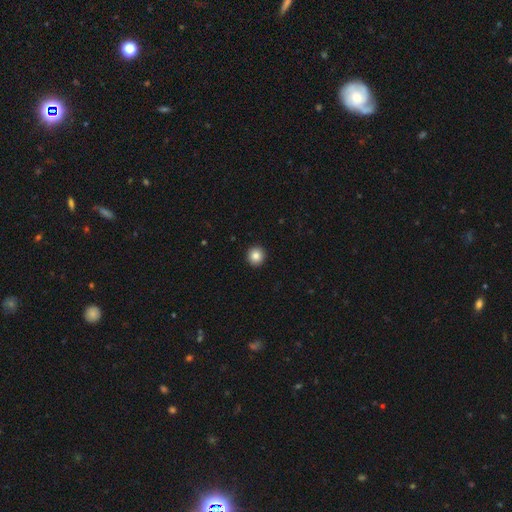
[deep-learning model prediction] smooth-or-featured: smooth: 85% | star or artifact: 10% | featured or disk: 5%
  how-rounded: round: 94% | in between: 5% | cigar-shaped: 1%
  merging: none: 94% | minor disturbance: 4% | major disturbance: 1% | merger: 1%